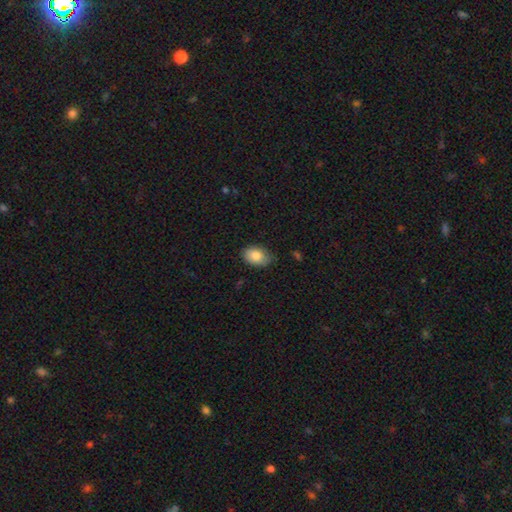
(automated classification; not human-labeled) smooth-or-featured: smooth: 84% | featured or disk: 9% | star or artifact: 7%
  how-rounded: in between: 83% | round: 16% | cigar-shaped: 1%
  merging: none: 74% | minor disturbance: 22% | major disturbance: 3% | merger: 1%